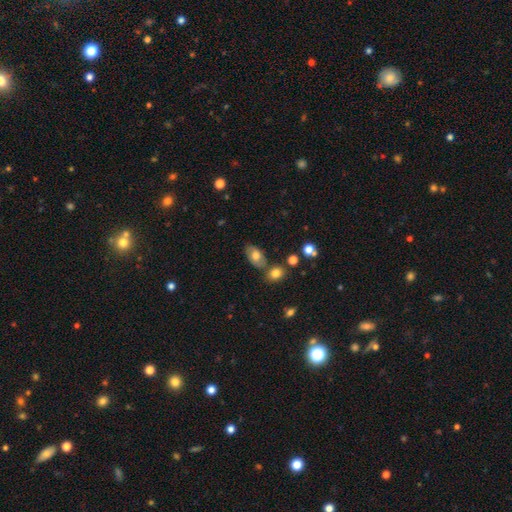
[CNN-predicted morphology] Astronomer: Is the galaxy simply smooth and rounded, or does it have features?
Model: smooth — 68%.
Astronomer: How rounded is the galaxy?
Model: in between — 91%.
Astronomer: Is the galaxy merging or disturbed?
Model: none — 68%.